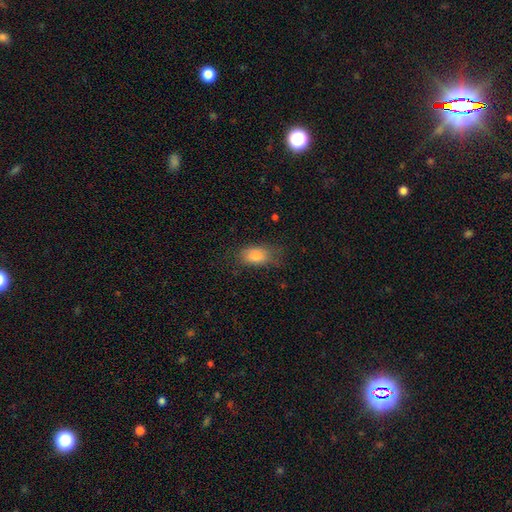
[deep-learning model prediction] Overall: smooth (81%). How rounded: in between (88%). Merging: none (65%).